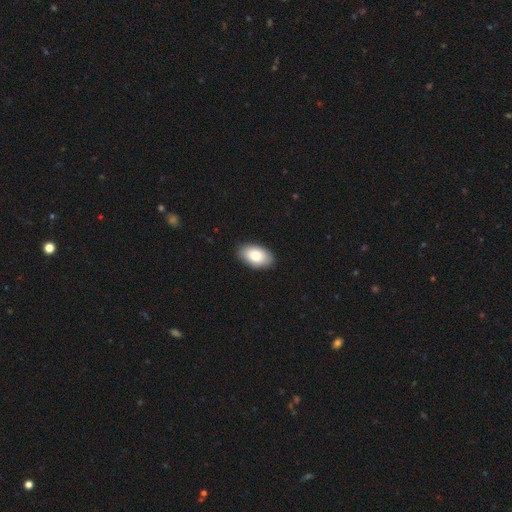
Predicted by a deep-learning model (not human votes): This is clearly a smooth galaxy (81%). How rounded: clearly in between (94%). Merging: clearly none (89%).